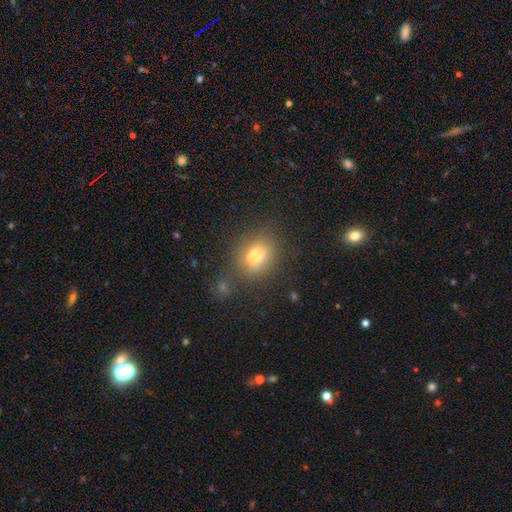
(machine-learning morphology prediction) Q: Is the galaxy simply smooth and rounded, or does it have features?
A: smooth — 73%.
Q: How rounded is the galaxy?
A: round — 51%.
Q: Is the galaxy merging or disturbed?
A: none — 73%.